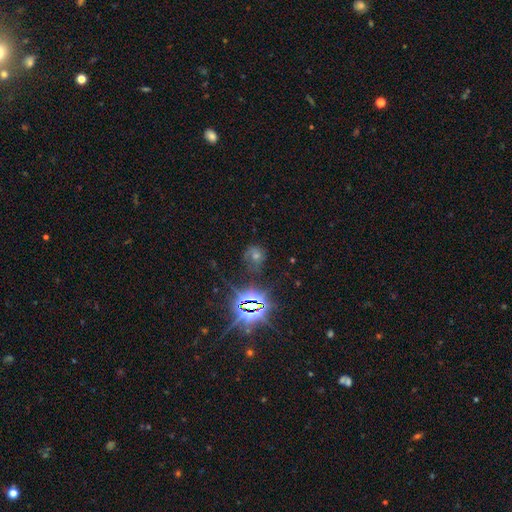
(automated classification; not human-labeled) Smooth or featured: star or artifact — 70% (smooth — 17%)